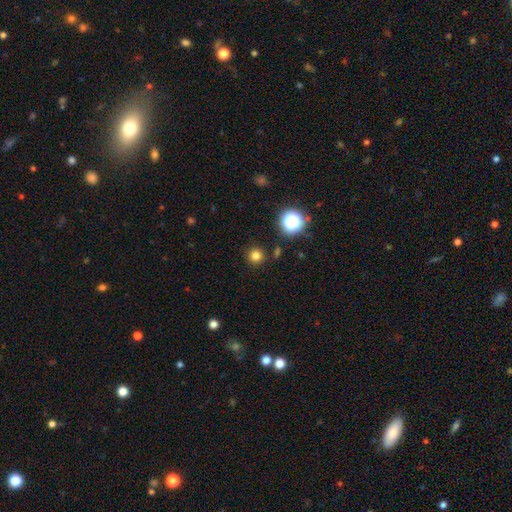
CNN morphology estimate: A smooth galaxy with no disk features (77%) that is round (95%). Merging: none (89%).